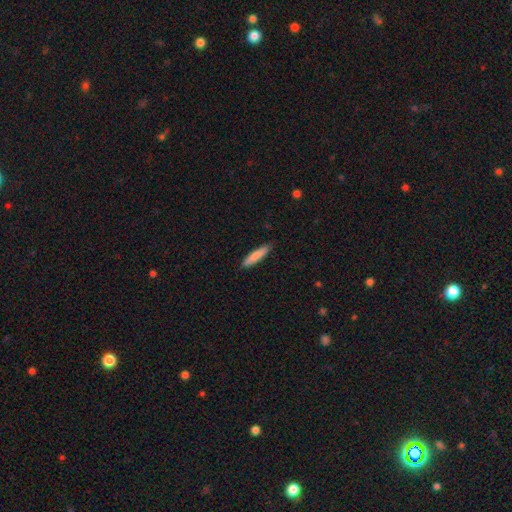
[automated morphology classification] A smooth galaxy with no disk features (82%) that is cigar-shaped (86%).

Vote fractions:
- Smooth or featured? smooth: 82% / featured or disk: 12% / star or artifact: 6%
- How rounded? cigar-shaped: 86% / in between: 13% / round: 1%
- Merging? none: 89% / minor disturbance: 9% / major disturbance: 2% / merger: 1%